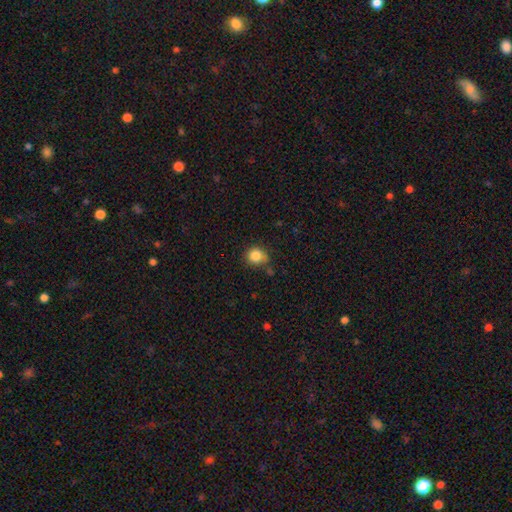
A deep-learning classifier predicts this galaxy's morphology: smooth 84%, star or artifact 10%, featured or disk 5%. Down the decision tree: how rounded — round (80%); merging — none (69%).